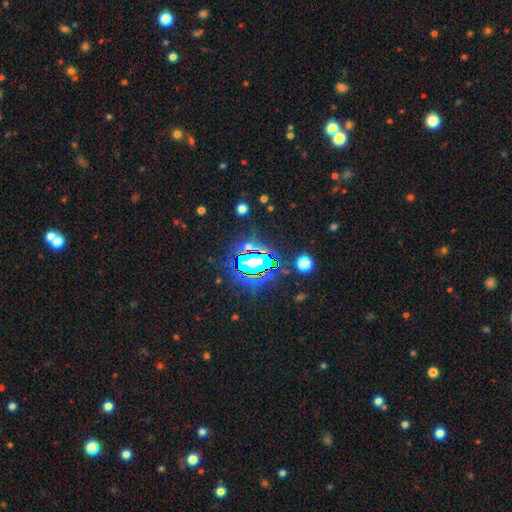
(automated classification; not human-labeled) This appears to be a star or artifact, not a galaxy (82%).